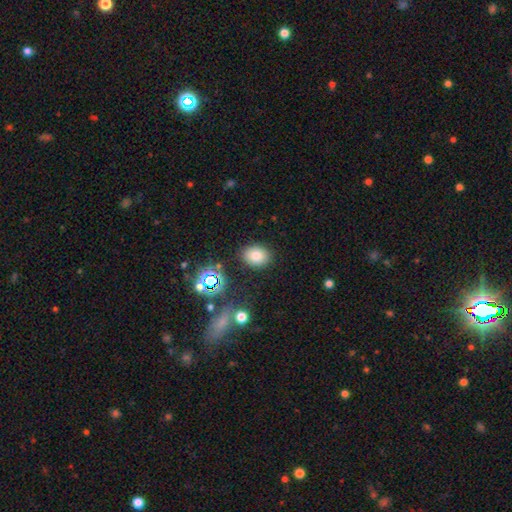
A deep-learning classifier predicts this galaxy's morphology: A smooth galaxy with no disk features (77%) that is in between round and cigar-shaped (60%).

Vote fractions:
- Smooth or featured? smooth: 77% / star or artifact: 14% / featured or disk: 8%
- How rounded? in between: 60% / round: 39% / cigar-shaped: 1%
- Merging? none: 86% / minor disturbance: 9% / major disturbance: 3% / merger: 2%